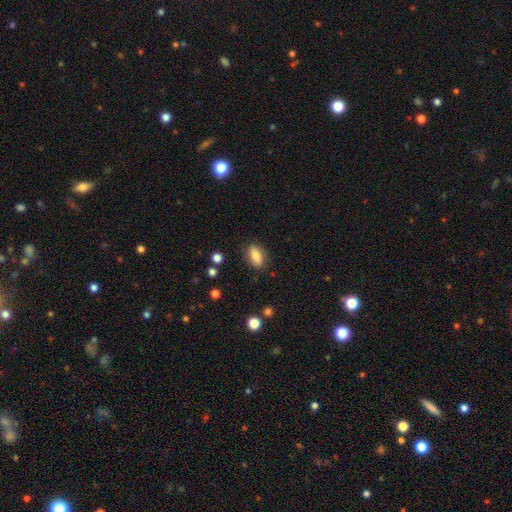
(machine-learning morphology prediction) smooth_or_featured: smooth (p=0.80) [alt: featured or disk p=0.13]
how_rounded: in between (p=0.83) [alt: cigar-shaped p=0.10]
merging: none (p=0.84) [alt: minor disturbance p=0.12]